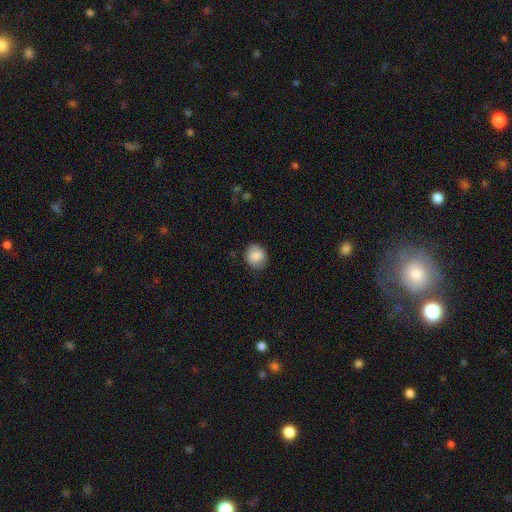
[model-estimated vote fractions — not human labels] Smooth or featured: smooth — 83% (featured or disk — 9%)
How rounded: round — 63% (in between — 36%)
Merging: none — 81% (minor disturbance — 15%)